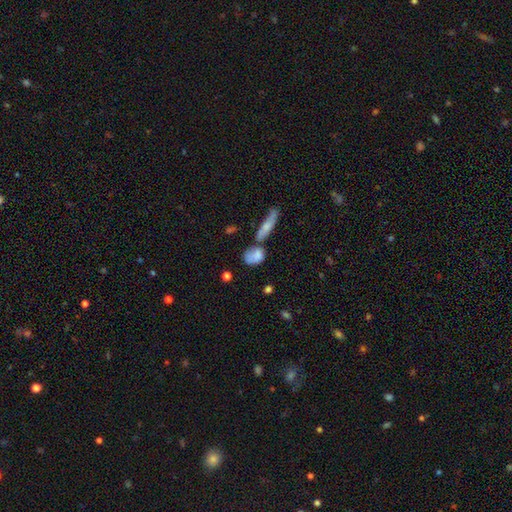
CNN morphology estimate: Q: Smooth or featured?
A: smooth (74%); runner-up: featured or disk (18%)
Q: How rounded?
A: in between (62%); runner-up: round (29%)
Q: Merging?
A: none (34%); tied with: merger (34%)